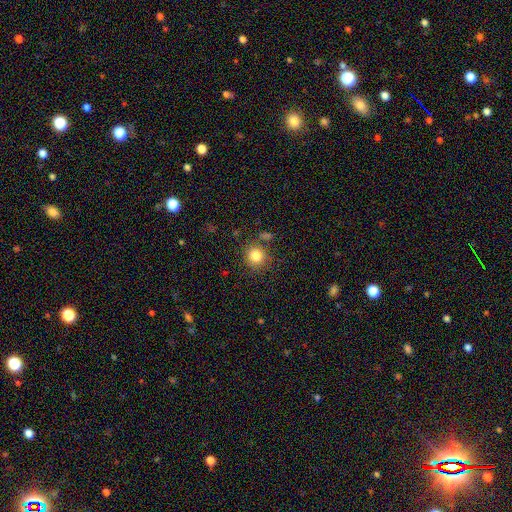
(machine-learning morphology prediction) smooth_or_featured: smooth (p=0.83) [alt: star or artifact p=0.11]
how_rounded: round (p=0.89) [alt: in between p=0.10]
merging: none (p=0.80) [alt: minor disturbance p=0.10]